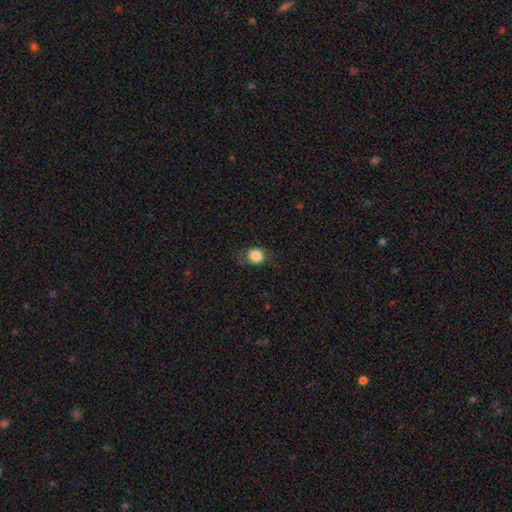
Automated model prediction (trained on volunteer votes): This is clearly a smooth galaxy (81%). How rounded: likely round (72%). Merging: likely none (70%).